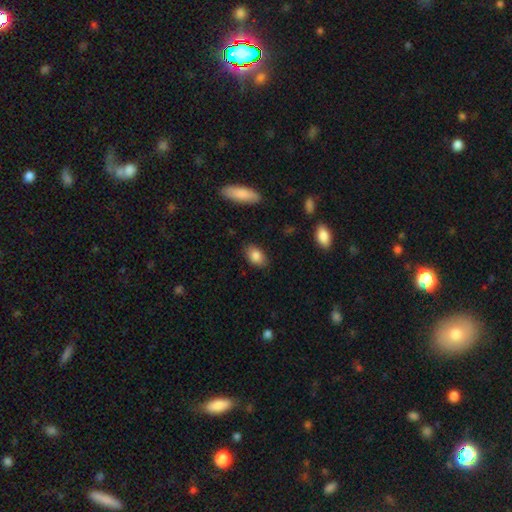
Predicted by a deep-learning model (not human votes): The model was most divided on "merging": none: 84%, minor disturbance: 12%, major disturbance: 2%, merger: 1%. More confident: how rounded — in between (87%); smooth or featured — smooth (85%).